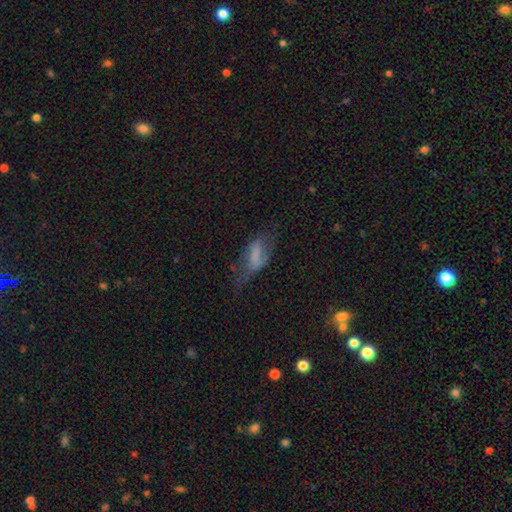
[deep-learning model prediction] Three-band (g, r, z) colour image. It shows a smooth galaxy with no disk features (46%). Merging: none (35%).